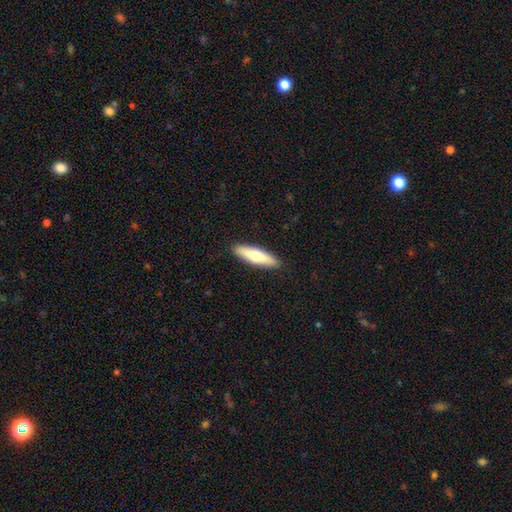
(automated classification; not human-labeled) Smooth or featured? smooth (66%)
How rounded? cigar-shaped (68%)
Merging? none (90%)